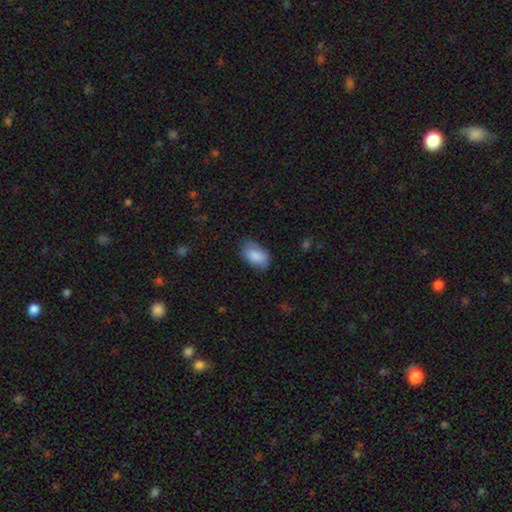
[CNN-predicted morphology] smooth 87%, star or artifact 6%, featured or disk 6%. Down the decision tree: how rounded — in between (93%); merging — none (74%).